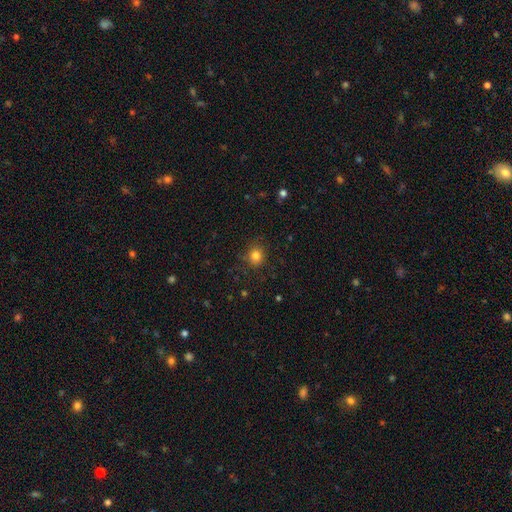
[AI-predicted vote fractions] Smooth or featured: smooth — 82% (star or artifact — 13%)
How rounded: round — 84% (in between — 15%)
Merging: none — 83% (minor disturbance — 12%)